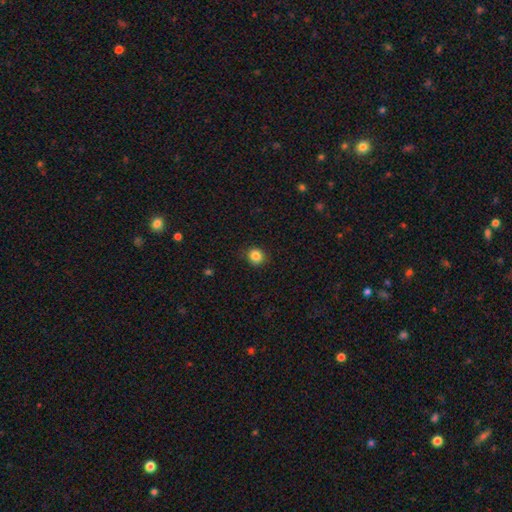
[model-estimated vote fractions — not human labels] Smooth or featured?
  - smooth: 85% *
  - star or artifact: 11%
  - featured or disk: 4%
How rounded?
  - round: 87% *
  - in between: 12%
  - cigar-shaped: 1%
Merging?
  - none: 88% *
  - minor disturbance: 9%
  - major disturbance: 2%
  - merger: 1%